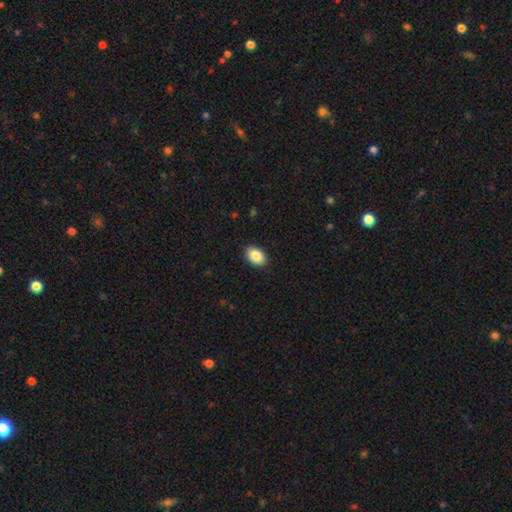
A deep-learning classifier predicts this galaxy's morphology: smooth_or_featured: smooth (p=0.87) [alt: star or artifact p=0.07]
how_rounded: in between (p=0.85) [alt: round p=0.14]
merging: none (p=0.90) [alt: minor disturbance p=0.07]